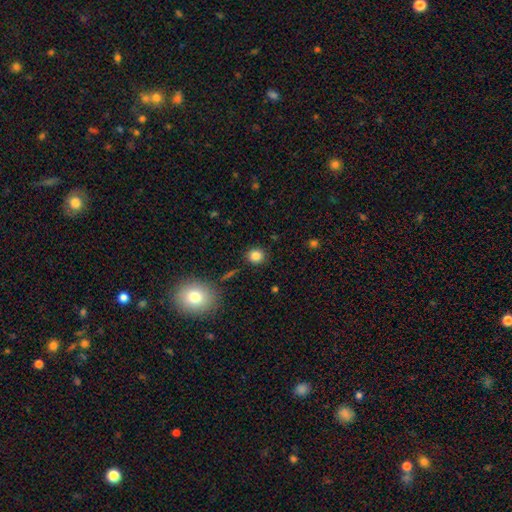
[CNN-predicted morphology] Q: Smooth or featured?
A: smooth (83%); runner-up: star or artifact (12%)
Q: How rounded?
A: round (86%); runner-up: in between (12%)
Q: Merging?
A: none (88%); runner-up: minor disturbance (7%)